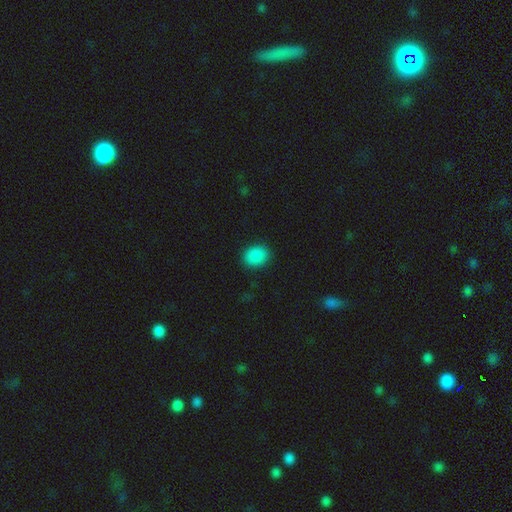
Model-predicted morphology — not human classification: Smooth or featured? smooth (88%)
How rounded? round (52%)
Merging? none (89%)